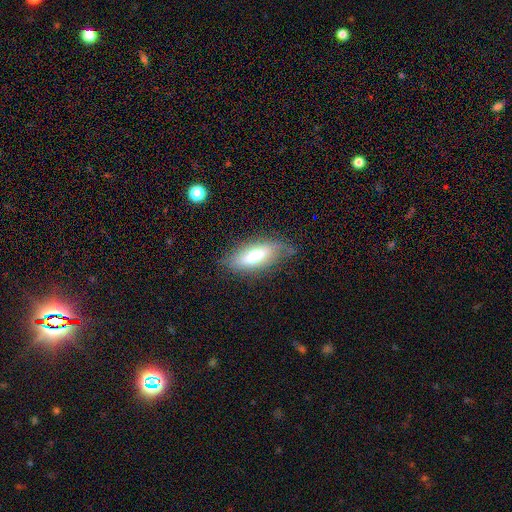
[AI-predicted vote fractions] This is likely a smooth galaxy (62%). How rounded: likely in between (73%). Merging: likely none (69%).